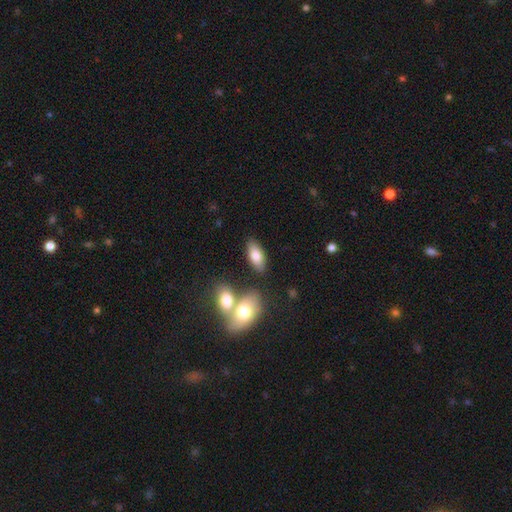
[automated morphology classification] This is likely a smooth galaxy (79%). How rounded: clearly in between (88%). Merging: likely none (75%).